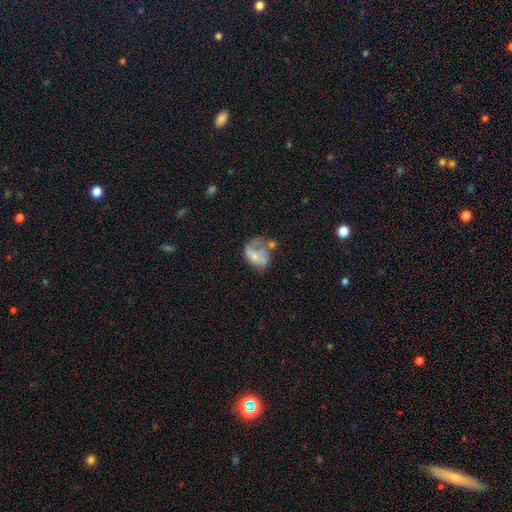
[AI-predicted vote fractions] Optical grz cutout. It shows a smooth galaxy with no disk features (47%). Merging: major disturbance (34%).